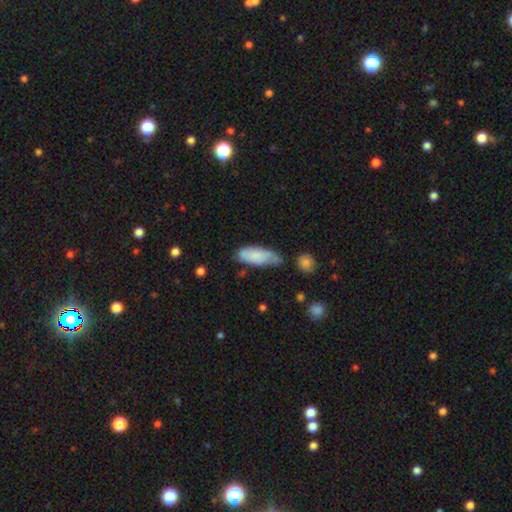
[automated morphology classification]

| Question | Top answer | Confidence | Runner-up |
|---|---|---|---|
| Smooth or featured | smooth | 75% | featured or disk (19%) |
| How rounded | in between | 71% | cigar-shaped (27%) |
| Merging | none | 48% | minor disturbance (35%) |